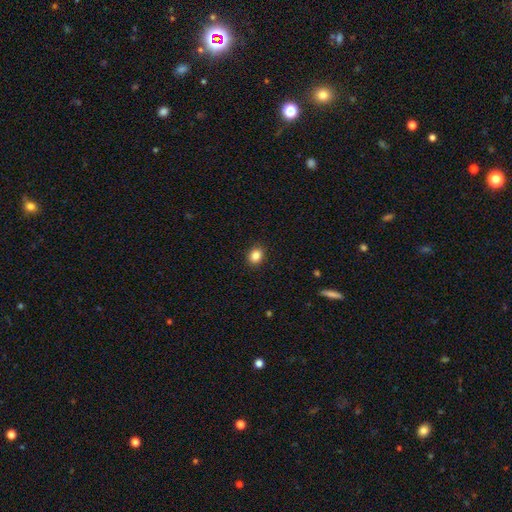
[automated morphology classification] type=smooth (85%); roundness=round (58%); merging=none (90%).